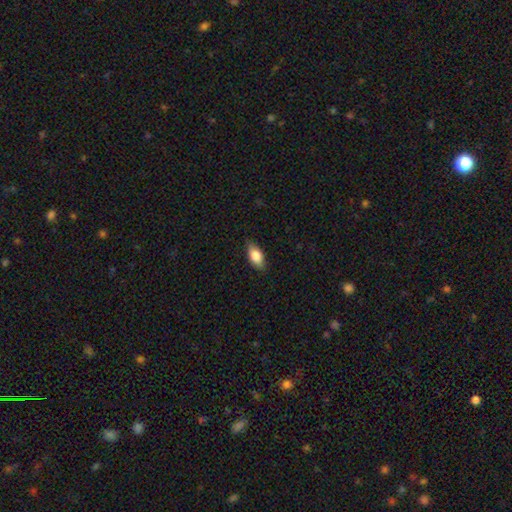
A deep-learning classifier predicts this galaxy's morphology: smooth_or_featured: smooth (p=0.77) [alt: featured or disk p=0.16]
how_rounded: in between (p=0.86) [alt: cigar-shaped p=0.10]
merging: none (p=0.83) [alt: minor disturbance p=0.14]